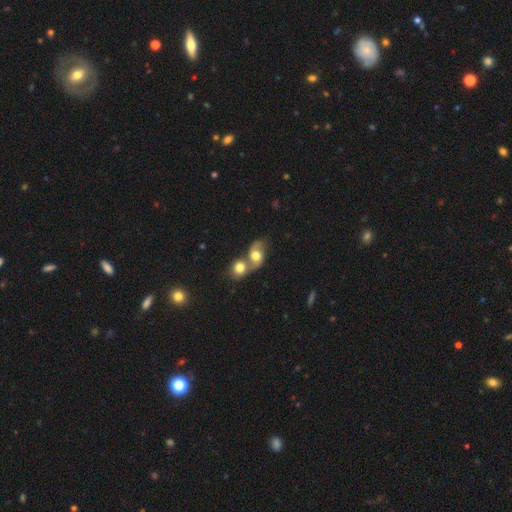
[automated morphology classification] This is possibly a smooth galaxy (57%). How rounded: likely in between (61%). Merging: likely merger (66%).